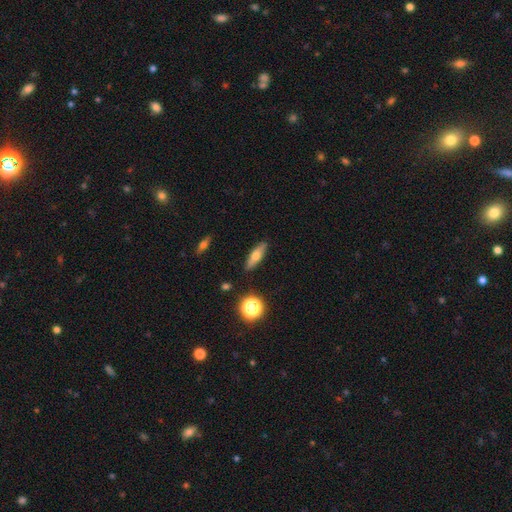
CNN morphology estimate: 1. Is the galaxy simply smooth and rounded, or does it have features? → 58% smooth, 33% featured or disk, 9% star or artifact.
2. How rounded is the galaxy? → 51% cigar-shaped, 43% in between, 5% round.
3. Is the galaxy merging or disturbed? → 87% none, 9% minor disturbance, 2% major disturbance, 2% merger.